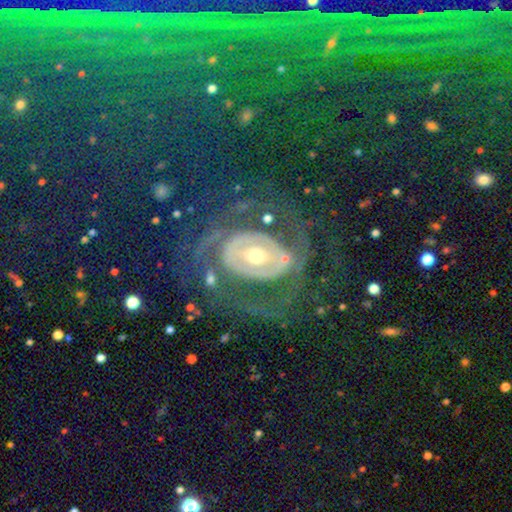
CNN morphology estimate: Overall: featured or disk (68%). Edge-on disk: no (95%). Bar: no (65%). Spiral arms: yes (62%; no 38%). Bulge size: moderate (60%; small 31%). Merging: none (70%).